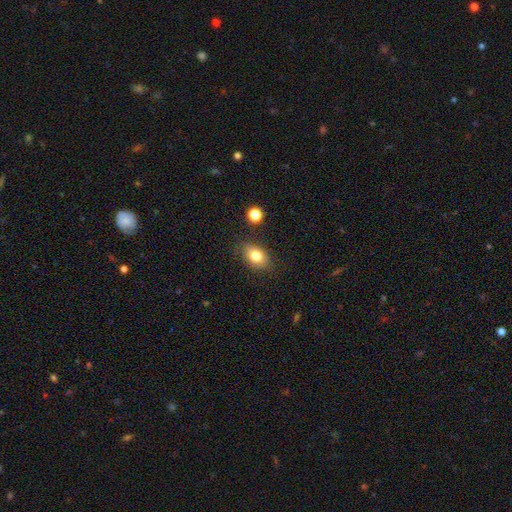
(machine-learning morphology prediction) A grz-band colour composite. It shows a smooth galaxy with no disk features (81%) that is in between round and cigar-shaped (78%). Merging: none (81%).